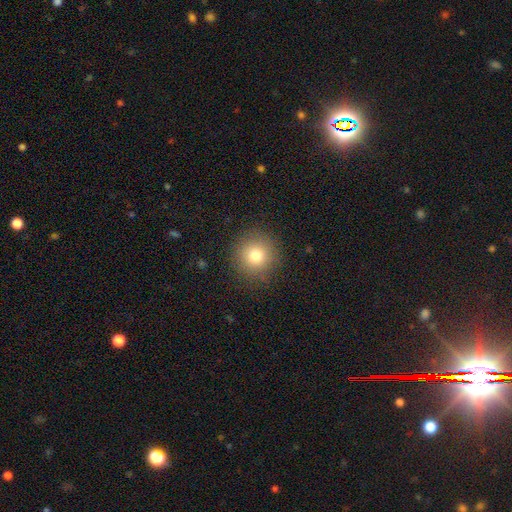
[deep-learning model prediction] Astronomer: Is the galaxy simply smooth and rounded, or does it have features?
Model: smooth — 79%.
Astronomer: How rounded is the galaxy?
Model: round — 95%.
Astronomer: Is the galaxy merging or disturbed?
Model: none — 90%.